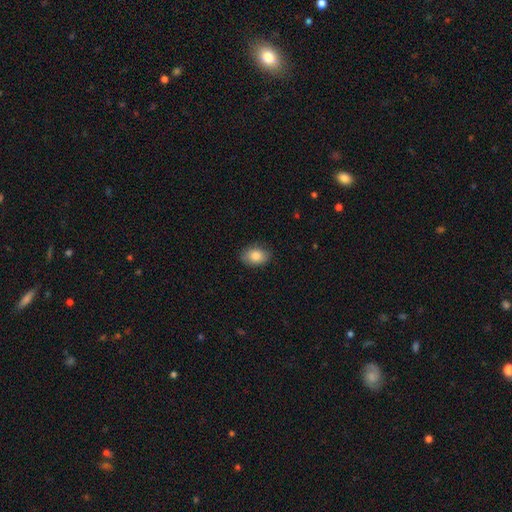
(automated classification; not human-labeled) This is clearly a smooth galaxy (84%). How rounded: likely in between (80%). Merging: clearly none (85%).